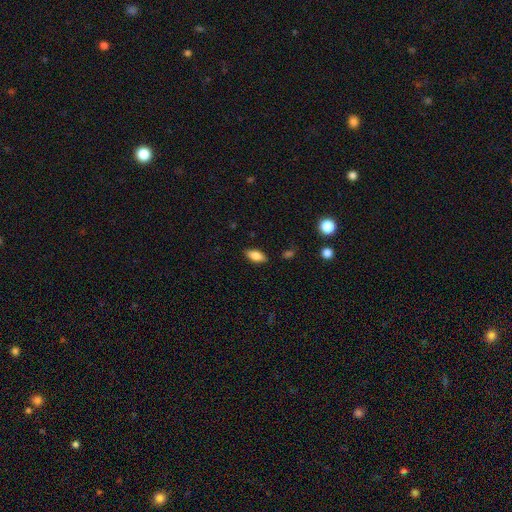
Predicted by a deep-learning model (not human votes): smooth 83%, featured or disk 9%, star or artifact 8%. Down the decision tree: how rounded — in between (87%); merging — none (86%).